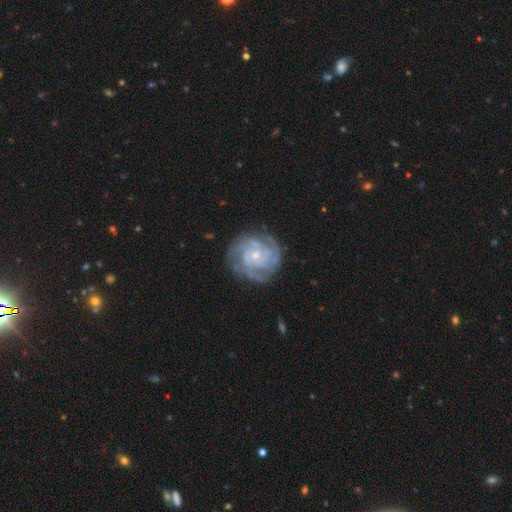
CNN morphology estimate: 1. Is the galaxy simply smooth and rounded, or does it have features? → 88% featured or disk, 7% smooth, 5% star or artifact.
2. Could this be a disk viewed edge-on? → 98% no, 2% yes.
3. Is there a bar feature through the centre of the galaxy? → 75% no, 20% weak, 5% strong.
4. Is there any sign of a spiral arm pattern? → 97% yes, 3% no.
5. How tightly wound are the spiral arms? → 72% tight, 24% medium, 4% loose.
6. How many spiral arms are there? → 27% 3, 25% 4, 21% can't tell, 14% 2, 8% more than 4, 6% 1.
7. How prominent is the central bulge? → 75% small, 21% moderate, 2% none, 1% large, 1% dominant.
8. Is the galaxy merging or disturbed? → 78% none, 15% minor disturbance, 6% major disturbance, 2% merger.